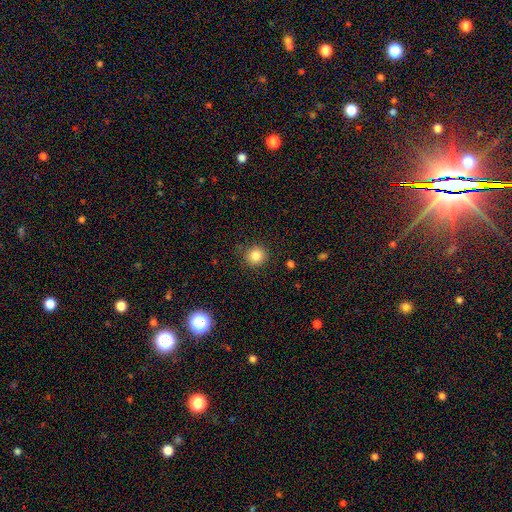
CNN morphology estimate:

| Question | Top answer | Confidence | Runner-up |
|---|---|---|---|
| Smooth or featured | smooth | 84% | star or artifact (11%) |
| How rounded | round | 91% | in between (8%) |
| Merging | none | 87% | minor disturbance (9%) |